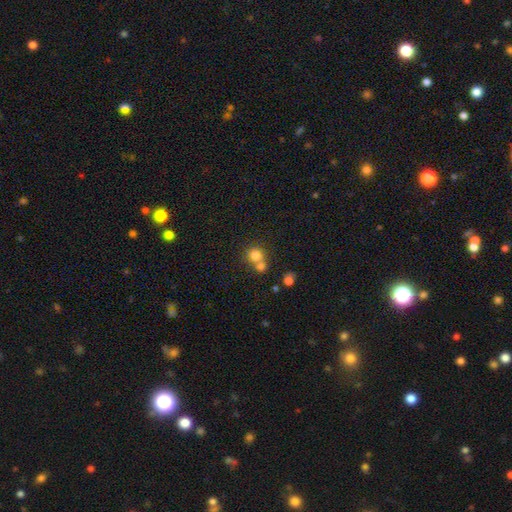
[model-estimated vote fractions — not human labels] Smooth or featured?
  - smooth: 78% *
  - star or artifact: 12%
  - featured or disk: 9%
How rounded?
  - round: 87% *
  - in between: 12%
  - cigar-shaped: 1%
Merging?
  - none: 47% *
  - merger: 44%
  - minor disturbance: 6%
  - major disturbance: 3%